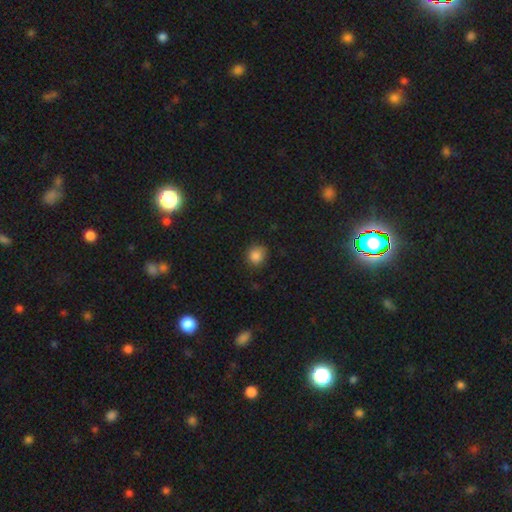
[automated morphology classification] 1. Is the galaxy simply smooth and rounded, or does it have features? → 84% smooth, 11% star or artifact, 4% featured or disk.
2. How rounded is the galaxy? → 83% round, 16% in between, 1% cigar-shaped.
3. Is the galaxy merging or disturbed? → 84% none, 12% minor disturbance, 3% major disturbance, 1% merger.